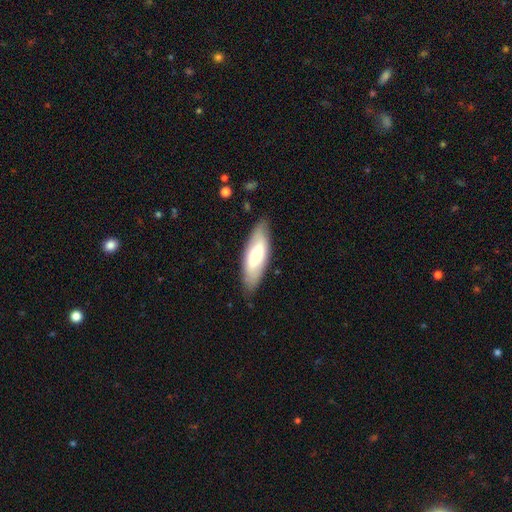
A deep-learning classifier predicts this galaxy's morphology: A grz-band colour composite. It shows a smooth galaxy with no disk features (62%) that is in between round and cigar-shaped (67%). Merging: none (82%).